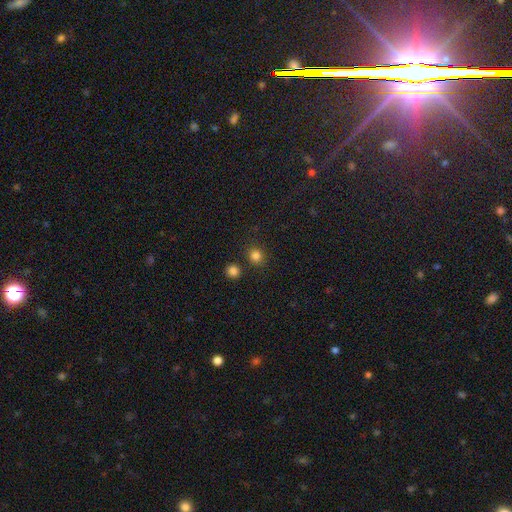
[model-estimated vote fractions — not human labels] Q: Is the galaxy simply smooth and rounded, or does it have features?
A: smooth — 82%.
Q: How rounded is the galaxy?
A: round — 90%.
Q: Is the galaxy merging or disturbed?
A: none — 82%.